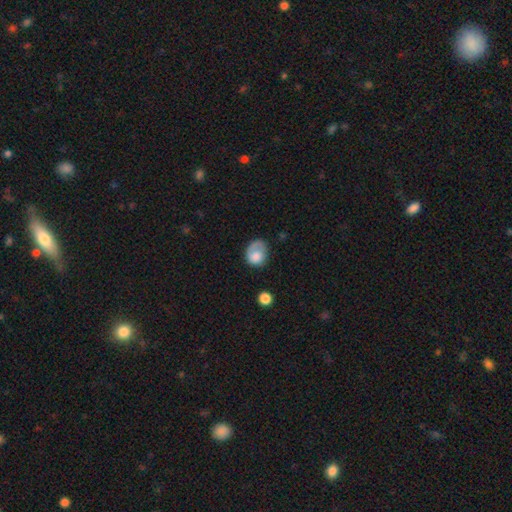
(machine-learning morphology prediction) Smooth or featured? smooth (70%)
How rounded? round (55%)
Merging? none (44%)